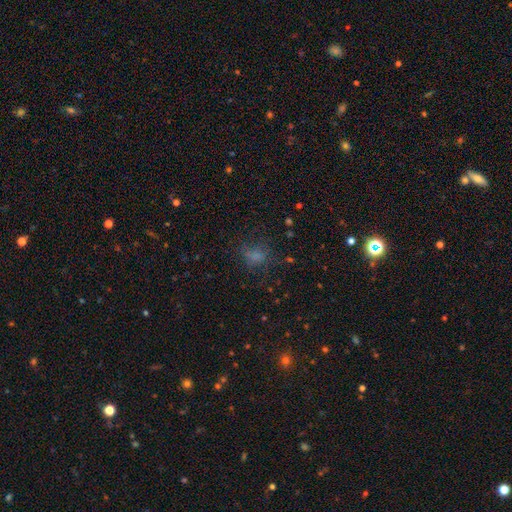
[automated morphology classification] type=smooth (62%); roundness=in between (54%); merging=none (55%).